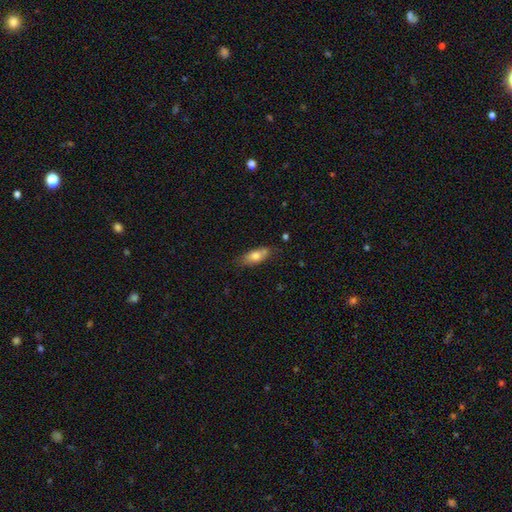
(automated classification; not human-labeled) Smooth or featured? smooth (74%)
How rounded? in between (76%)
Merging? none (61%)